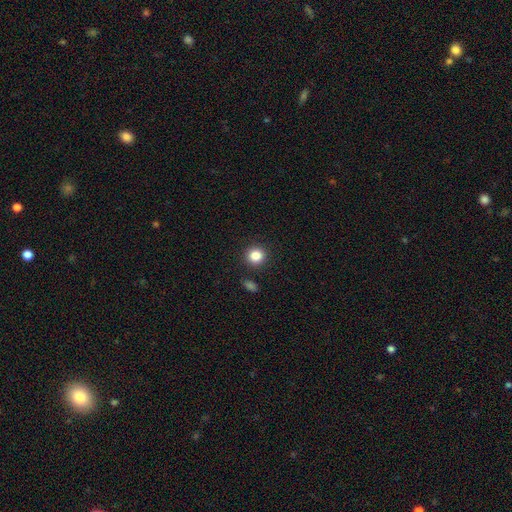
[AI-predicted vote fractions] The model was most divided on "smooth or featured": smooth: 84%, star or artifact: 11%, featured or disk: 5%. More confident: how rounded — round (90%); merging — none (89%).